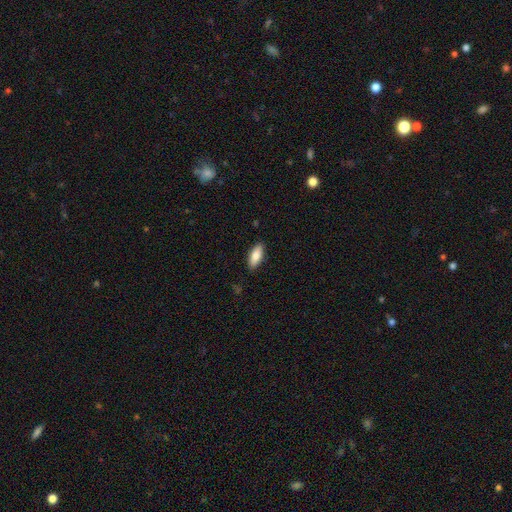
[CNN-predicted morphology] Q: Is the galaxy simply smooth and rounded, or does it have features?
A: smooth — 82%.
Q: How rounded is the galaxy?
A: in between — 77%.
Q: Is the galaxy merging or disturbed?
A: none — 88%.